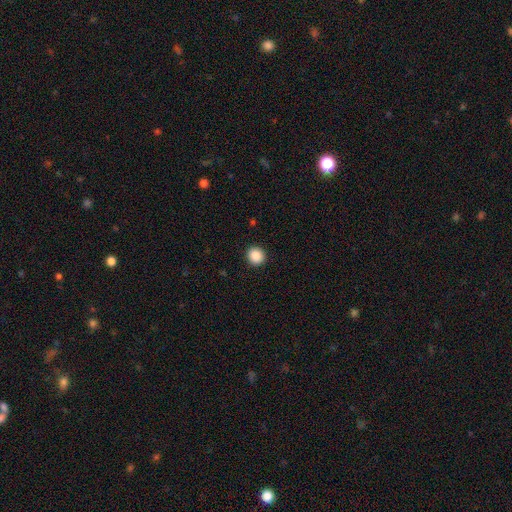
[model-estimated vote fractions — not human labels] The model was most divided on "smooth or featured": smooth: 88%, star or artifact: 9%, featured or disk: 3%. More confident: merging — none (92%); how rounded — round (89%).